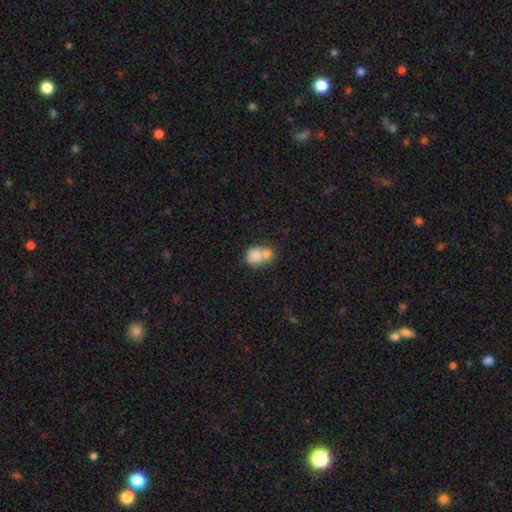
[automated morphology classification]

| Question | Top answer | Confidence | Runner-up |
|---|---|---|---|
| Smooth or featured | smooth | 77% | featured or disk (13%) |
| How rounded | round | 54% | in between (44%) |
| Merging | merger | 60% | none (26%) |